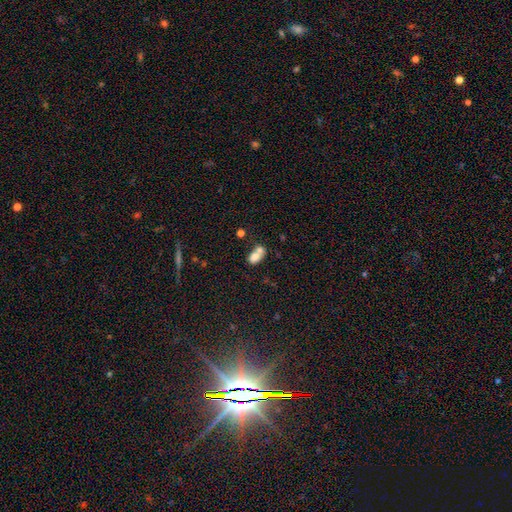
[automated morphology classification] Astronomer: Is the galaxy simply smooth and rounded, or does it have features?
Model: smooth — 73%.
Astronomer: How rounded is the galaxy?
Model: in between — 71%.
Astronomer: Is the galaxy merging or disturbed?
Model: merger — 63%.